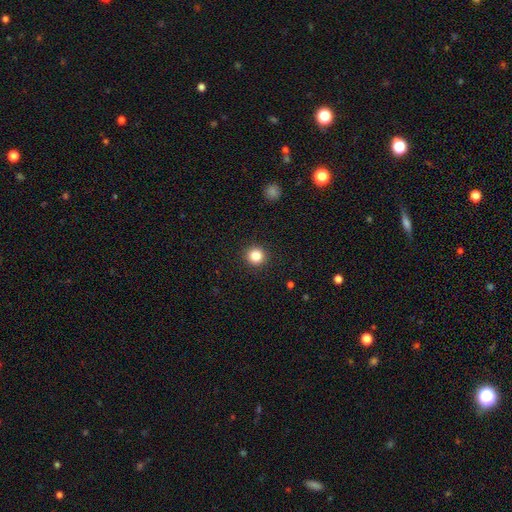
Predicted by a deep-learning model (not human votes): Smooth or featured? smooth (83%)
How rounded? round (94%)
Merging? none (93%)